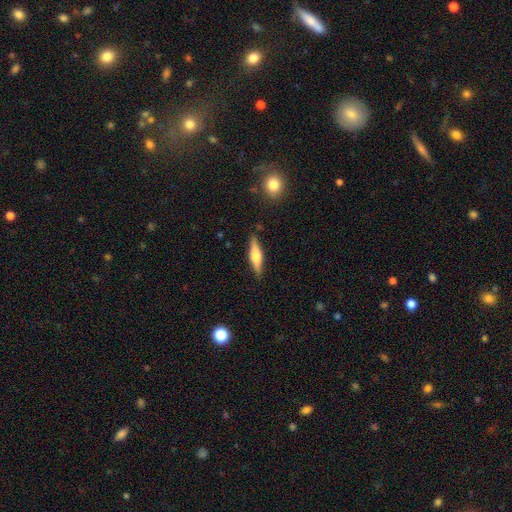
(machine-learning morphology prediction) smooth_or_featured: featured or disk (p=0.53) [alt: smooth p=0.41]
disk_edge_on: yes (p=0.95) [alt: no p=0.05]
edge_on_bulge: rounded (p=0.85) [alt: boxy p=0.11]
merging: none (p=0.86) [alt: minor disturbance p=0.10]